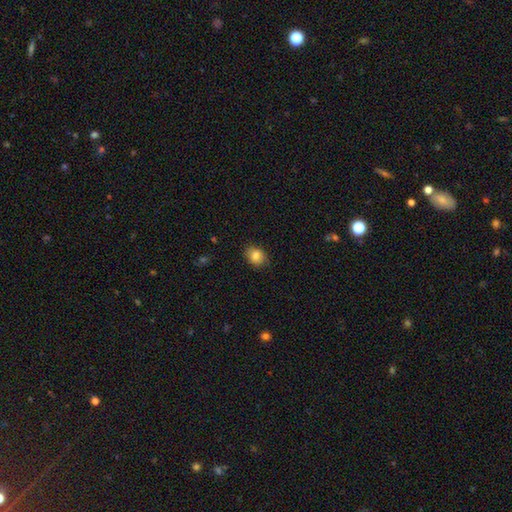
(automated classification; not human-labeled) Smooth or featured? smooth (83%)
How rounded? in between (52%)
Merging? none (84%)